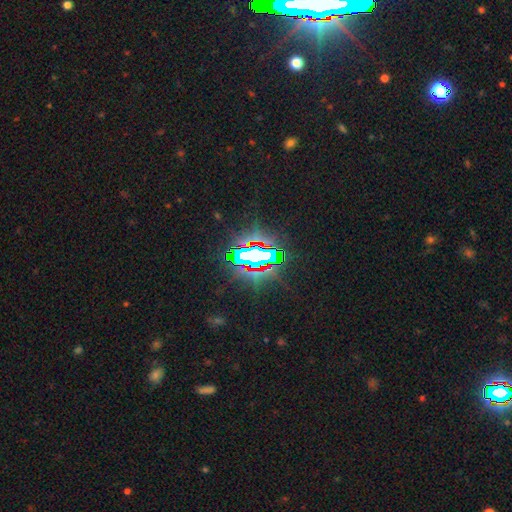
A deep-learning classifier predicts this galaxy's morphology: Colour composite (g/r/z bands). It shows a star or artifact, not a galaxy (73%).